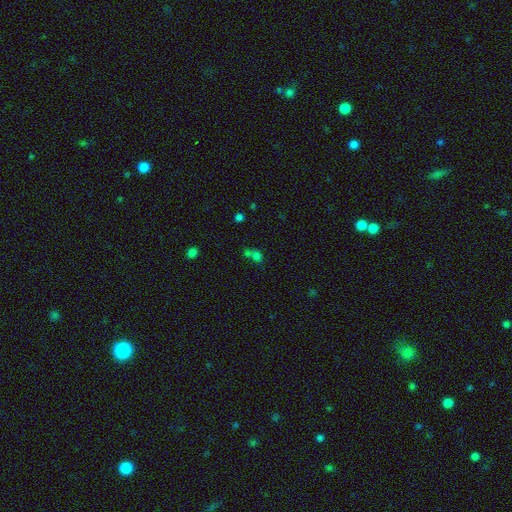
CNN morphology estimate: smooth-or-featured: smooth: 63% | star or artifact: 26% | featured or disk: 11%
  how-rounded: round: 65% | in between: 33% | cigar-shaped: 2%
  merging: merger: 45% | none: 40% | minor disturbance: 9% | major disturbance: 6%